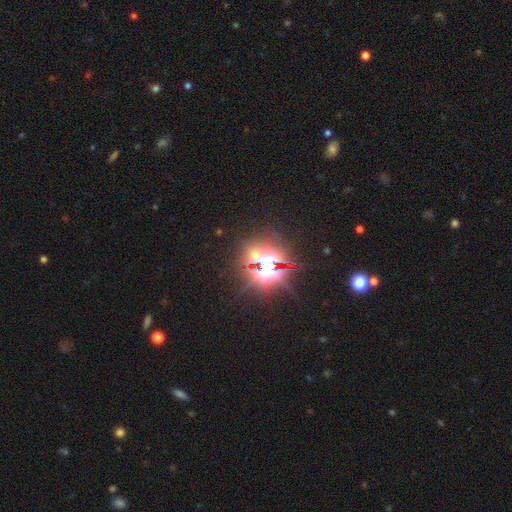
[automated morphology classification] star or artifact 80%, smooth 11%, featured or disk 10%.